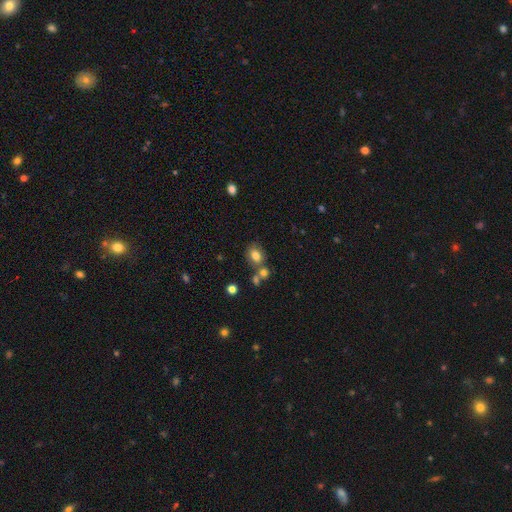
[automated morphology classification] This appears to be a smooth galaxy with no disk features (78%) that is in between round and cigar-shaped (56%). Merging: none (59%).